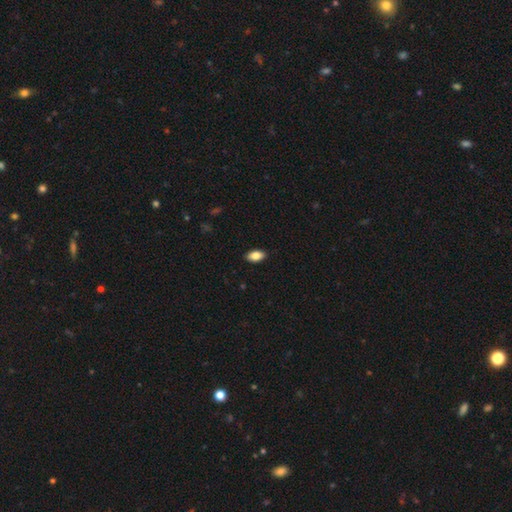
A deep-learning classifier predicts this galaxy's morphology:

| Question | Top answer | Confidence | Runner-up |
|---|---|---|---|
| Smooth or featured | smooth | 84% | featured or disk (9%) |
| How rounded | in between | 92% | round (4%) |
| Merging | none | 89% | minor disturbance (8%) |